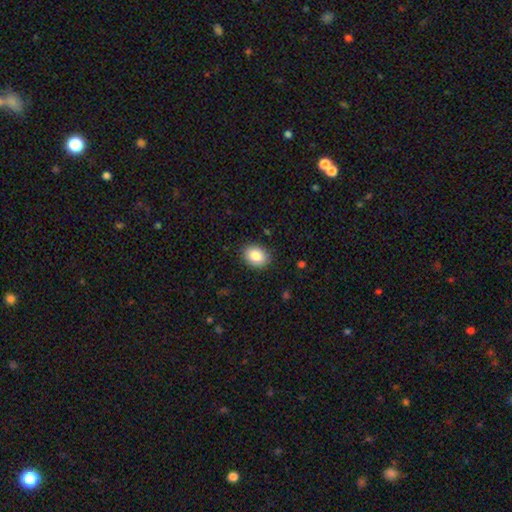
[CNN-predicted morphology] smooth-or-featured: smooth: 86% | star or artifact: 8% | featured or disk: 6%
  how-rounded: in between: 63% | round: 36% | cigar-shaped: 1%
  merging: none: 88% | minor disturbance: 9% | major disturbance: 2% | merger: 1%